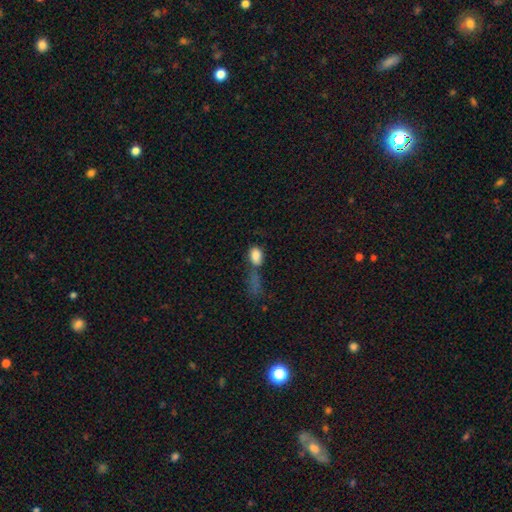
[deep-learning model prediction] Smooth or featured: smooth — 79% (star or artifact — 11%)
How rounded: in between — 80% (round — 16%)
Merging: major disturbance — 31% (merger — 28%)